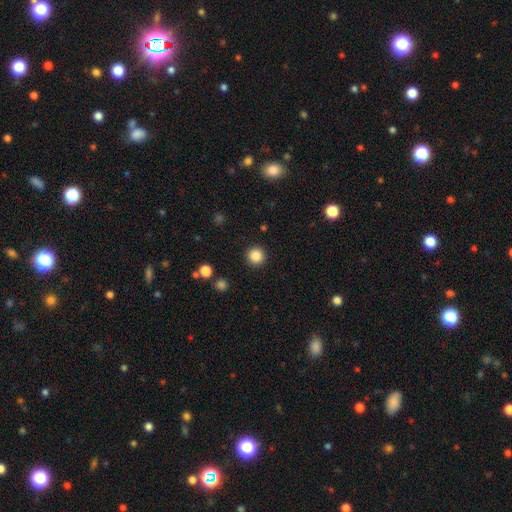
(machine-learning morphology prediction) Smooth or featured? Predicted: smooth (p=0.86). How rounded? Predicted: round (p=0.96). Merging? Predicted: none (p=0.92).